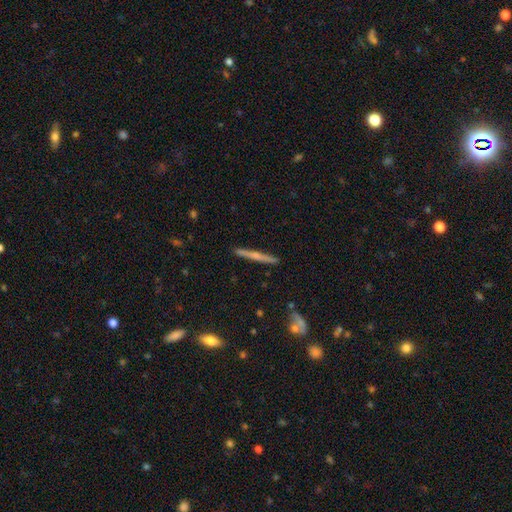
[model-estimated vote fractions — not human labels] Smooth or featured? featured or disk (58%)
Edge-on disk? yes (97%)
Edge-on bulge? rounded (56%)
Merging? none (91%)